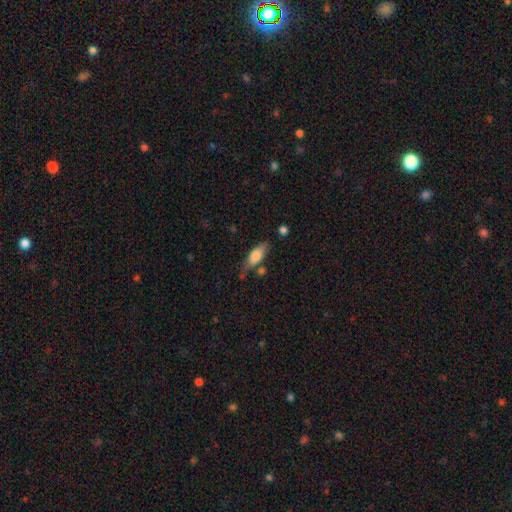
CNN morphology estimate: Smooth or featured?
  - smooth: 76% *
  - featured or disk: 18%
  - star or artifact: 7%
How rounded?
  - in between: 72% *
  - cigar-shaped: 25%
  - round: 3%
Merging?
  - none: 57% *
  - minor disturbance: 27%
  - major disturbance: 8%
  - merger: 8%